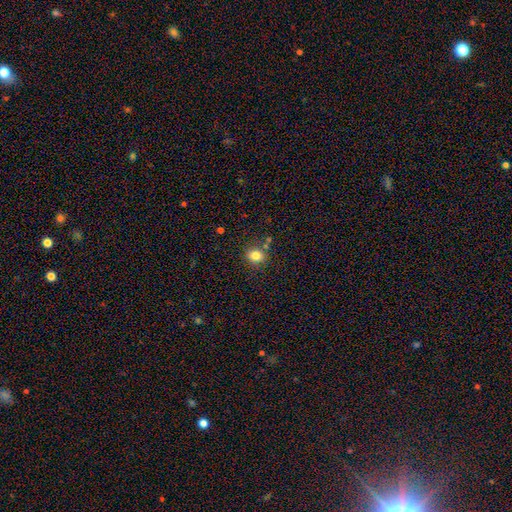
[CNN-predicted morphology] A smooth galaxy with no disk features (82%) that is round (69%). Merging: none (81%).